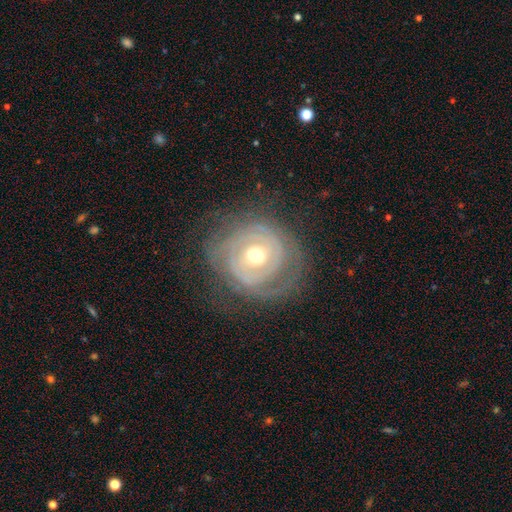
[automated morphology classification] This appears to be a featured or disk galaxy (78%) with no bar (63%), tight (76%) spiral arms (80%) and a moderate central bulge (63%). Merging: none (71%).